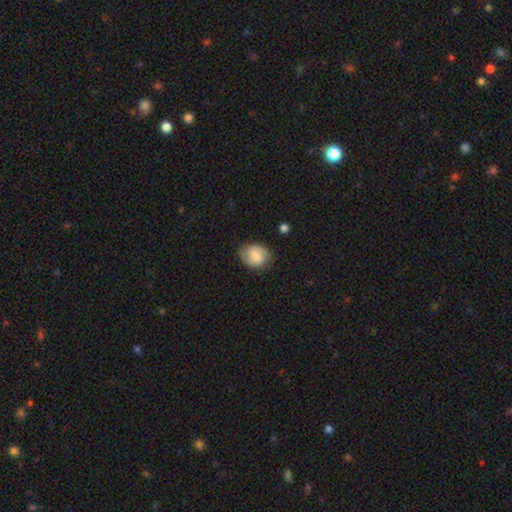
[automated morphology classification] type=smooth (71%); roundness=in between (50%); merging=none (78%).